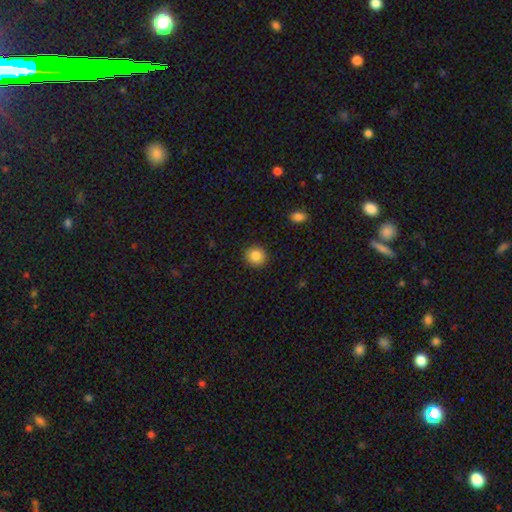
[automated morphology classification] Smooth or featured?
  - smooth: 85% *
  - star or artifact: 9%
  - featured or disk: 6%
How rounded?
  - round: 90% *
  - in between: 9%
  - cigar-shaped: 1%
Merging?
  - none: 91% *
  - minor disturbance: 6%
  - major disturbance: 2%
  - merger: 1%